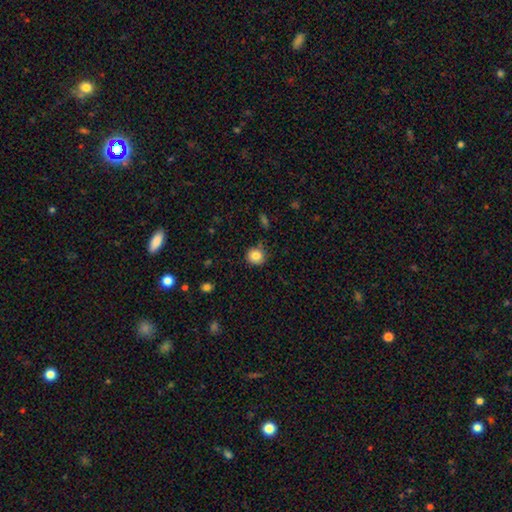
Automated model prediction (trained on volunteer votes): smooth-or-featured: smooth: 84% | star or artifact: 10% | featured or disk: 6%
  how-rounded: round: 90% | in between: 9% | cigar-shaped: 1%
  merging: none: 83% | minor disturbance: 12% | major disturbance: 3% | merger: 3%